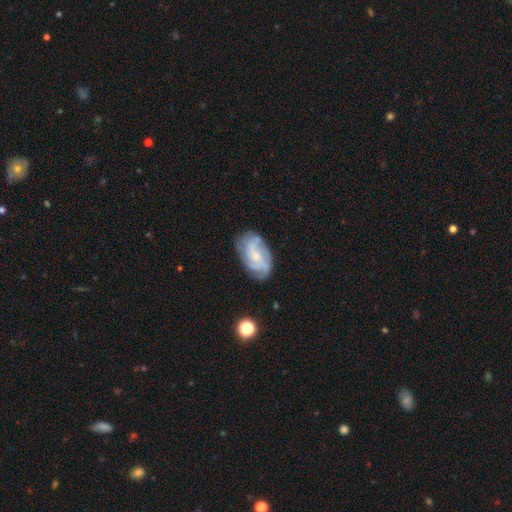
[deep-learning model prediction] smooth-or-featured: featured or disk: 75% | smooth: 18% | star or artifact: 7%
  disk-edge-on: no: 96% | yes: 4%
    bar: no: 58% | weak: 36% | strong: 6%
    has-spiral-arms: yes: 92% | no: 8%
      spiral-winding: tight: 43% | medium: 42% | loose: 15%
      spiral-arm-count: 3: 30% | can't tell: 29% | 2: 18% | 4: 14% | more than 4: 4% | 1: 4%
    bulge-size: small: 56% | moderate: 32% | none: 9% | large: 2% | dominant: 1%
  merging: none: 68% | minor disturbance: 22% | major disturbance: 8% | merger: 2%